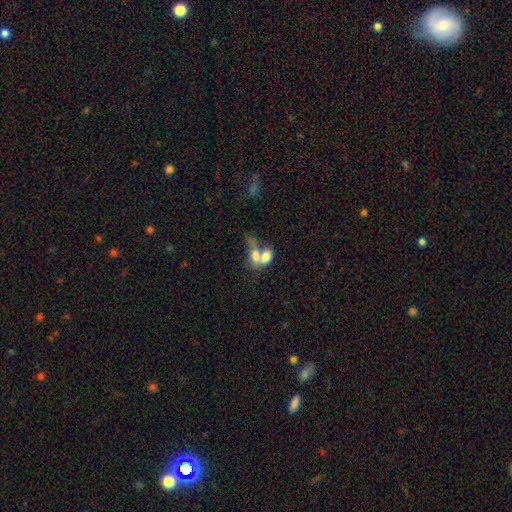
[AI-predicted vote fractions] Overall: smooth (69%). How rounded: in between (81%). Merging: merger (72%).